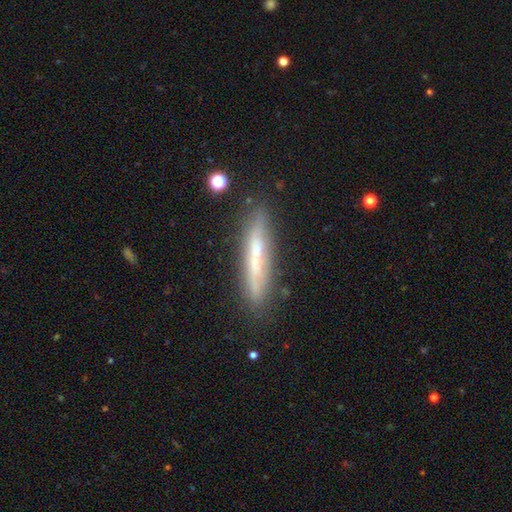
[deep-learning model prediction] smooth-or-featured: featured or disk: 50% | smooth: 41% | star or artifact: 8%
  disk-edge-on: yes: 84% | no: 16%
  merging: none: 81% | minor disturbance: 13% | major disturbance: 3% | merger: 2%